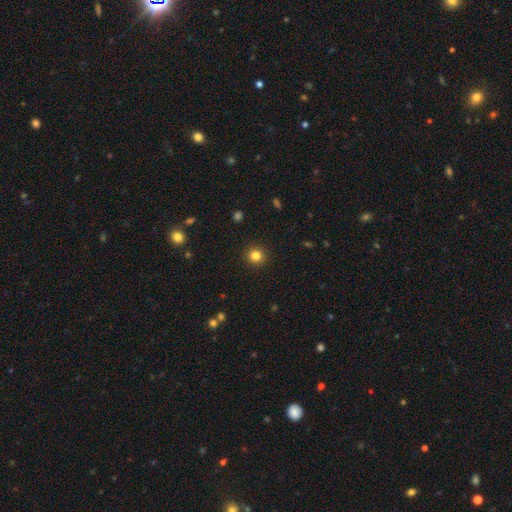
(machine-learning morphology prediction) Smooth or featured?
  - smooth: 83% *
  - star or artifact: 12%
  - featured or disk: 5%
How rounded?
  - round: 93% *
  - in between: 6%
  - cigar-shaped: 1%
Merging?
  - none: 92% *
  - minor disturbance: 5%
  - major disturbance: 2%
  - merger: 1%